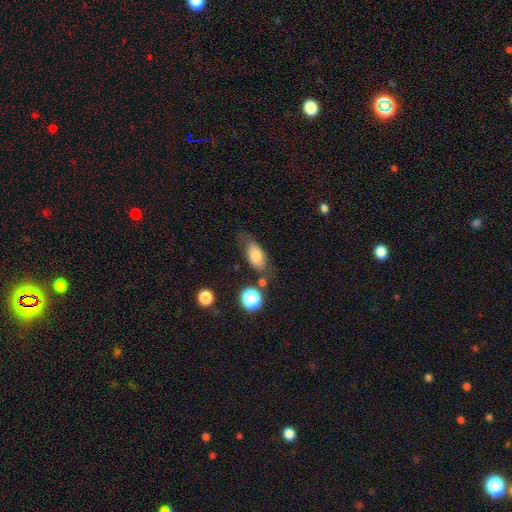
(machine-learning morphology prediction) smooth-or-featured: smooth: 75% | featured or disk: 16% | star or artifact: 10%
  how-rounded: in between: 82% | cigar-shaped: 10% | round: 8%
  merging: none: 62% | minor disturbance: 22% | major disturbance: 9% | merger: 7%